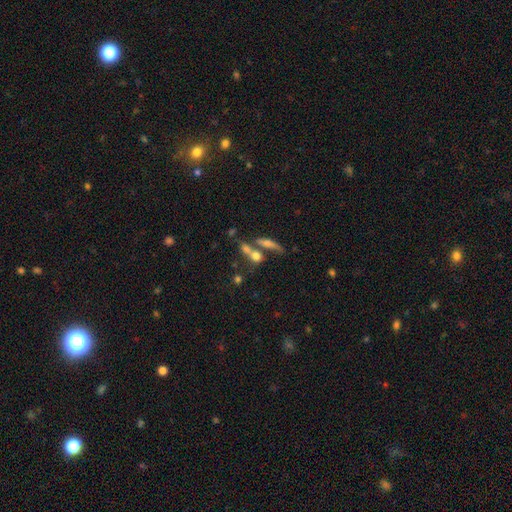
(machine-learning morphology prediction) Smooth or featured: smooth — 59% (featured or disk — 27%)
How rounded: in between — 38% (round — 37%)
Merging: merger — 43% (none — 39%)